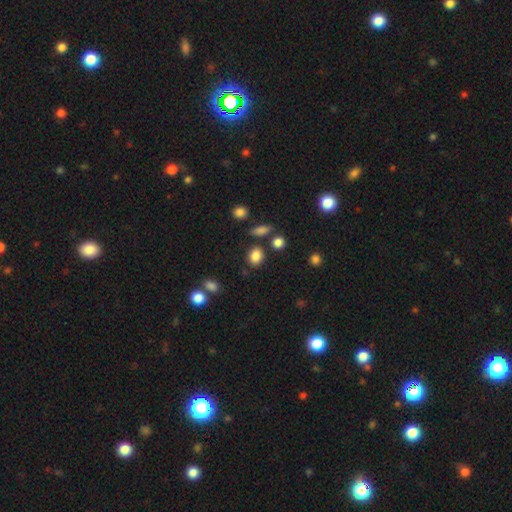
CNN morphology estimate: A smooth galaxy with no disk features (84%) that is round (62%).

Vote fractions:
- Smooth or featured? smooth: 84% / star or artifact: 11% / featured or disk: 5%
- How rounded? round: 62% / in between: 37% / cigar-shaped: 1%
- Merging? none: 80% / minor disturbance: 10% / merger: 7% / major disturbance: 3%